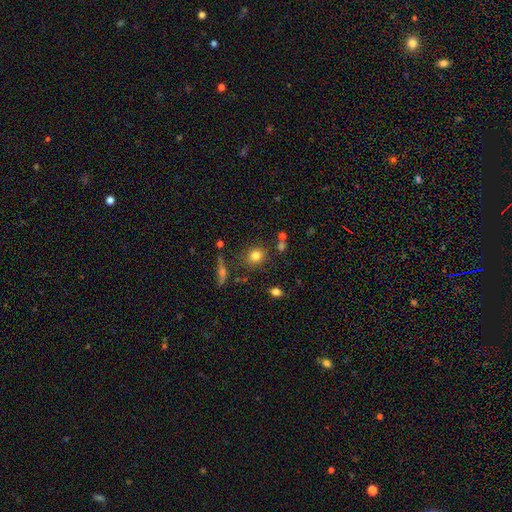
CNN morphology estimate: smooth-or-featured: smooth: 79% | star or artifact: 12% | featured or disk: 9%
  how-rounded: round: 76% | in between: 22% | cigar-shaped: 2%
  merging: none: 79% | minor disturbance: 11% | merger: 6% | major disturbance: 4%